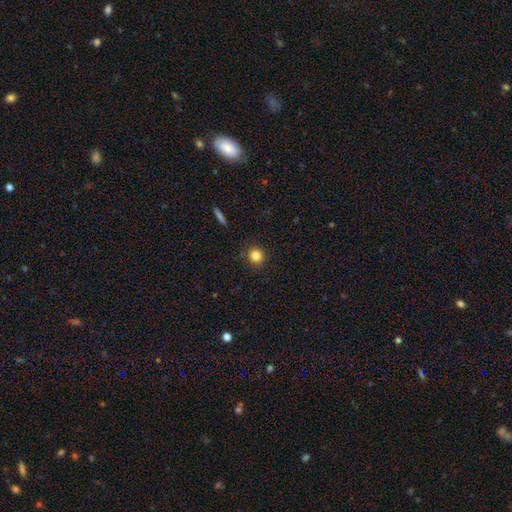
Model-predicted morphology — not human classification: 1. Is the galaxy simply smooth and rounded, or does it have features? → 82% smooth, 12% star or artifact, 6% featured or disk.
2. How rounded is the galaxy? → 92% round, 6% in between, 1% cigar-shaped.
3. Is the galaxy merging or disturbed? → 89% none, 8% minor disturbance, 2% major disturbance, 1% merger.